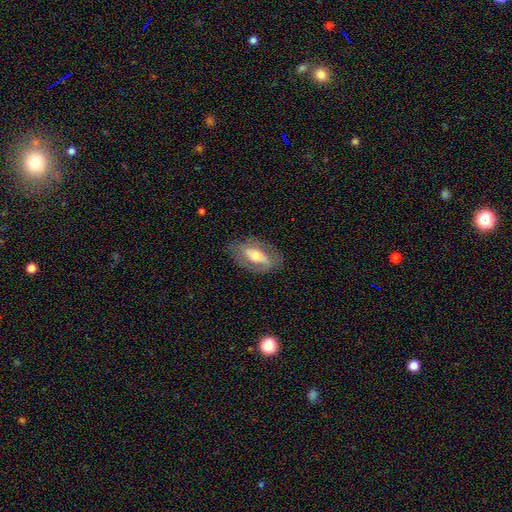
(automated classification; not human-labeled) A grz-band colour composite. It shows a featured or disk galaxy (59%) with a strong bar (39%), no spiral arms (56%) and a moderate central bulge (63%). Merging: none (75%).